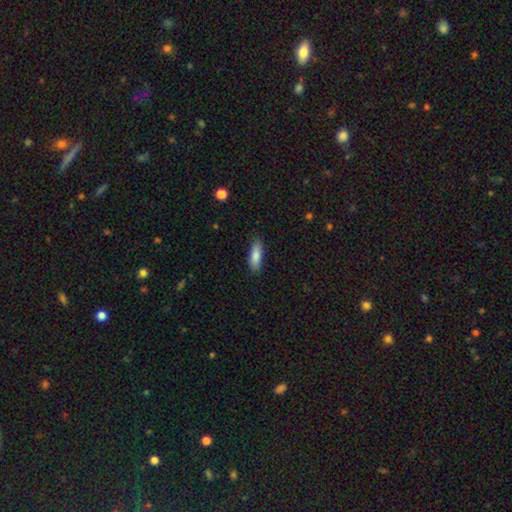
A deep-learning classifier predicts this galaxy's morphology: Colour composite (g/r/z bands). It shows a smooth galaxy with no disk features (85%) that is in between round and cigar-shaped (55%). Merging: none (85%).